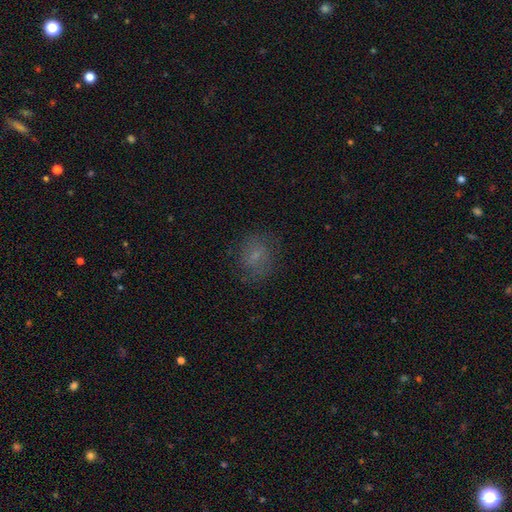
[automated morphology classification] A smooth galaxy with no disk features (61%) that is round (57%).

Vote fractions:
- Smooth or featured? smooth: 61% / featured or disk: 24% / star or artifact: 15%
- How rounded? round: 57% / in between: 41% / cigar-shaped: 2%
- Merging? none: 75% / minor disturbance: 16% / major disturbance: 8% / merger: 1%